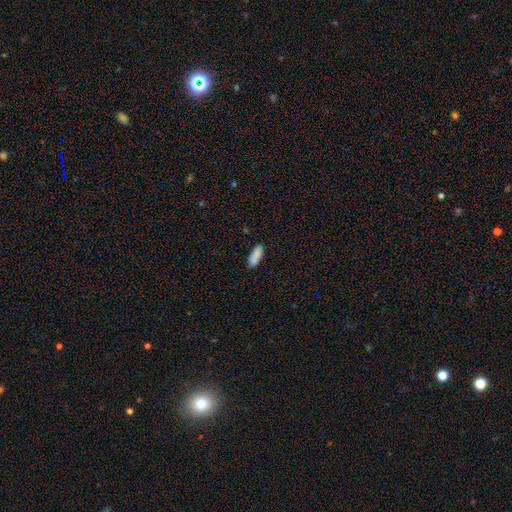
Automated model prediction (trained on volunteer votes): smooth 88%, star or artifact 7%, featured or disk 5%. Down the decision tree: how rounded — in between (69%); merging — none (84%).